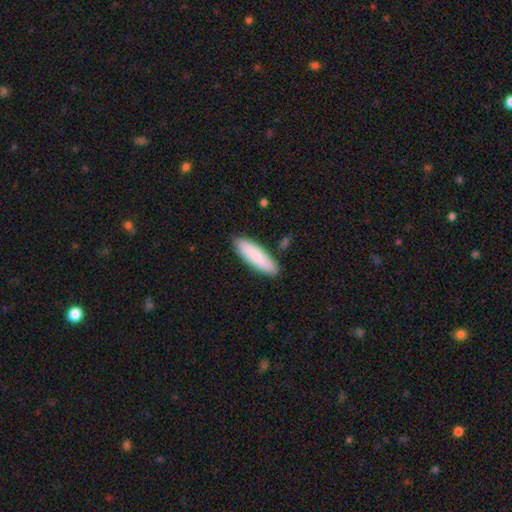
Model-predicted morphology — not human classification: smooth 85%, featured or disk 10%, star or artifact 5%. Down the decision tree: how rounded — cigar-shaped (59%); merging — none (86%).